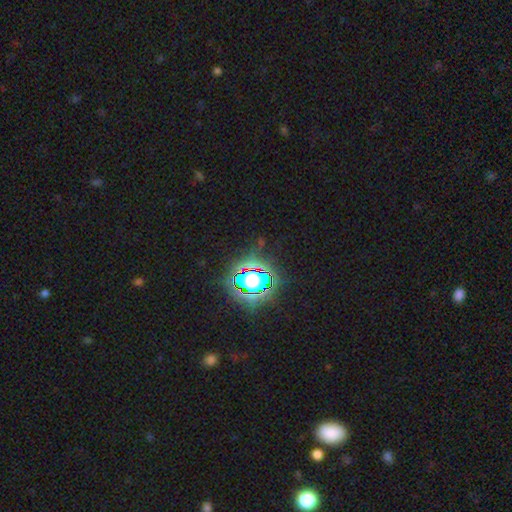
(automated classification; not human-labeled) Smooth or featured? star or artifact (76%)